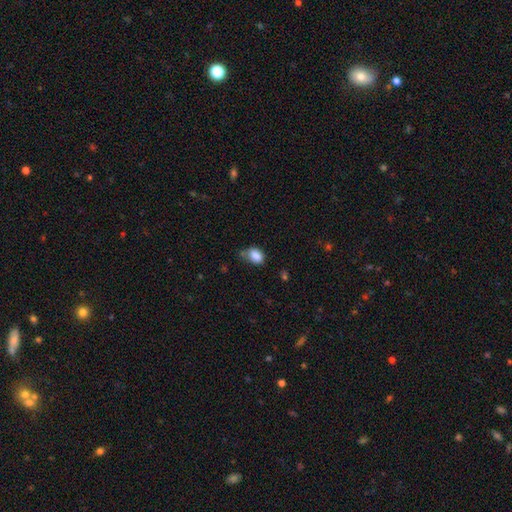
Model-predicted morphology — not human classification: smooth_or_featured: smooth (p=0.85) [alt: star or artifact p=0.09]
how_rounded: in between (p=0.75) [alt: round p=0.23]
merging: none (p=0.53) [alt: minor disturbance p=0.33]